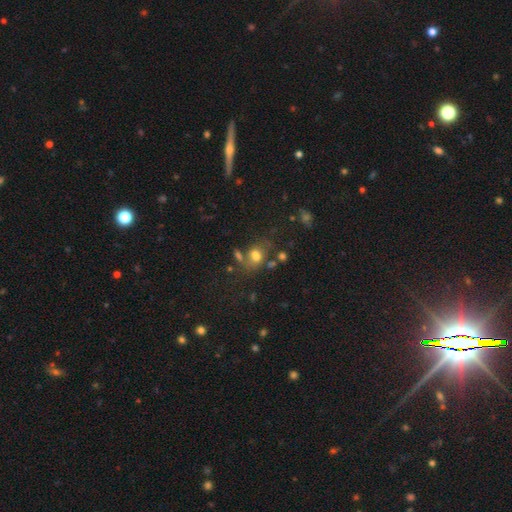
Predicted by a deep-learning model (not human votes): A smooth galaxy with no disk features (68%) that is in between round and cigar-shaped (67%).

Vote fractions:
- Smooth or featured? smooth: 68% / featured or disk: 17% / star or artifact: 15%
- How rounded? in between: 67% / round: 31% / cigar-shaped: 2%
- Merging? none: 51% / merger: 20% / minor disturbance: 18% / major disturbance: 11%